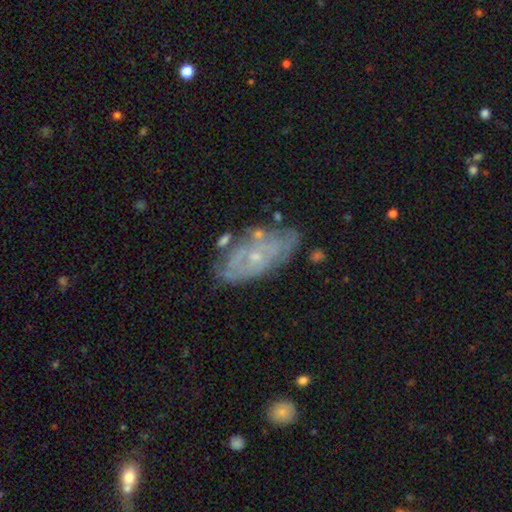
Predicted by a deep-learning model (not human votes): featured or disk 70%, smooth 22%, star or artifact 8%. Down the decision tree: edge-on disk — no (91%); bar — no (79%); spiral arms — yes (65%); bulge size — small (74%); merging — none (63%).